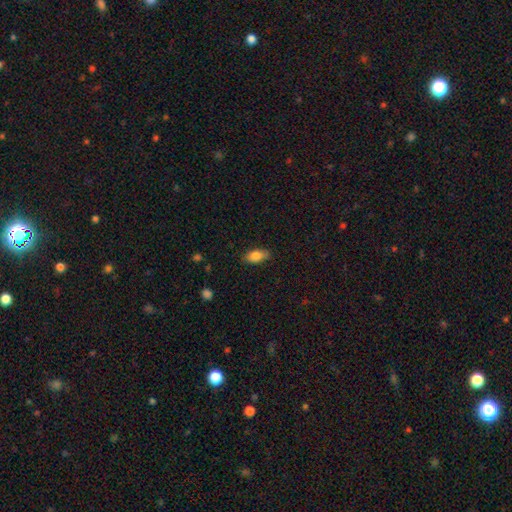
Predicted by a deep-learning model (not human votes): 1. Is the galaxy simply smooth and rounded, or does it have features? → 82% smooth, 10% featured or disk, 7% star or artifact.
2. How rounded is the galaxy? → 87% in between, 9% cigar-shaped, 4% round.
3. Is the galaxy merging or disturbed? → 82% none, 15% minor disturbance, 3% major disturbance, 1% merger.